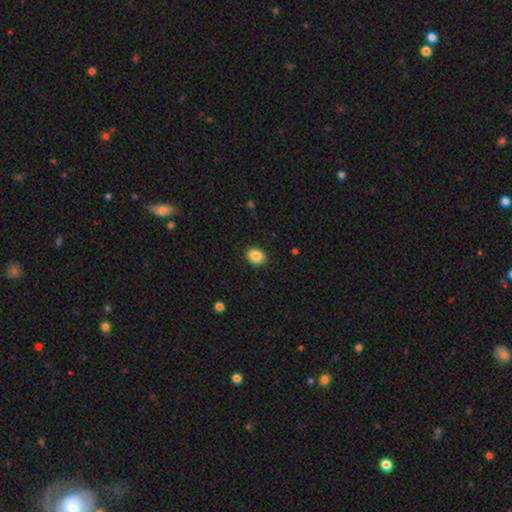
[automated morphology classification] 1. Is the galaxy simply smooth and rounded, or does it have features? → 87% smooth, 9% star or artifact, 4% featured or disk.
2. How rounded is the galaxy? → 56% in between, 44% round, 1% cigar-shaped.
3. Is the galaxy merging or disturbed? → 89% none, 8% minor disturbance, 2% major disturbance, 1% merger.